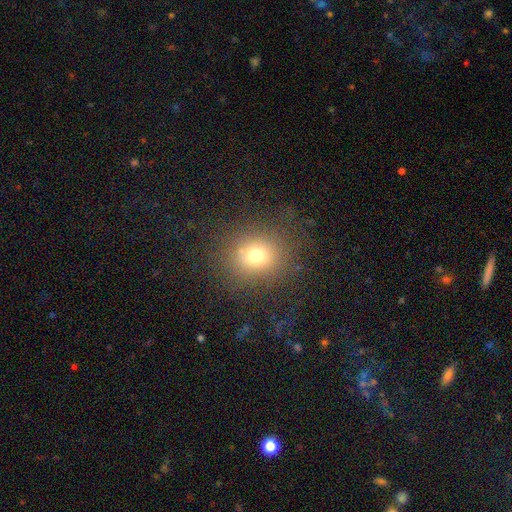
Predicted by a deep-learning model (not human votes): Morphology: type=smooth (71%); roundness=round (74%); merging=none (77%).